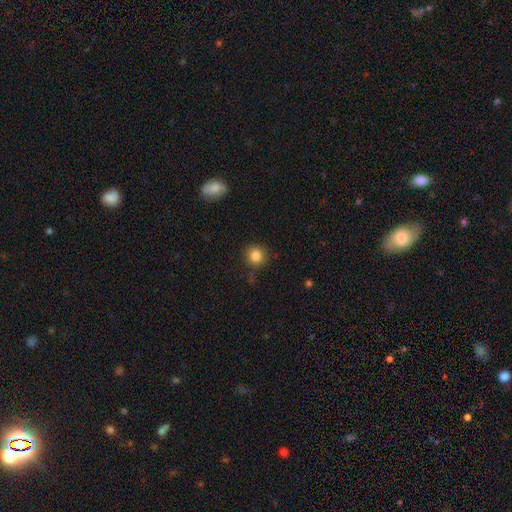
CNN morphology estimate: A smooth galaxy with no disk features (84%) that is round (89%).

Vote fractions:
- Smooth or featured? smooth: 84% / star or artifact: 11% / featured or disk: 5%
- How rounded? round: 89% / in between: 10% / cigar-shaped: 1%
- Merging? none: 86% / minor disturbance: 9% / major disturbance: 2% / merger: 2%